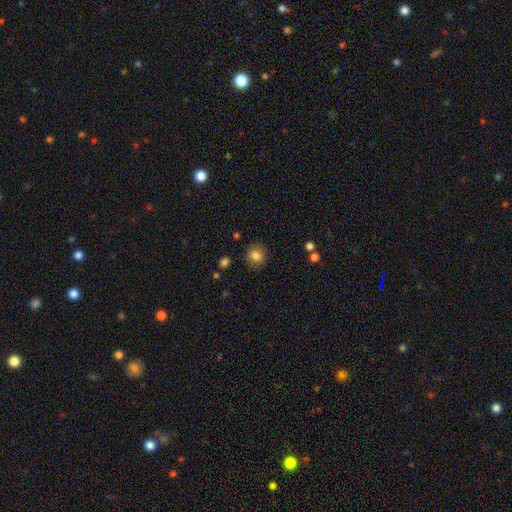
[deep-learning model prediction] smooth_or_featured: smooth (p=0.82) [alt: star or artifact p=0.10]
how_rounded: round (p=0.84) [alt: in between p=0.15]
merging: none (p=0.86) [alt: minor disturbance p=0.10]